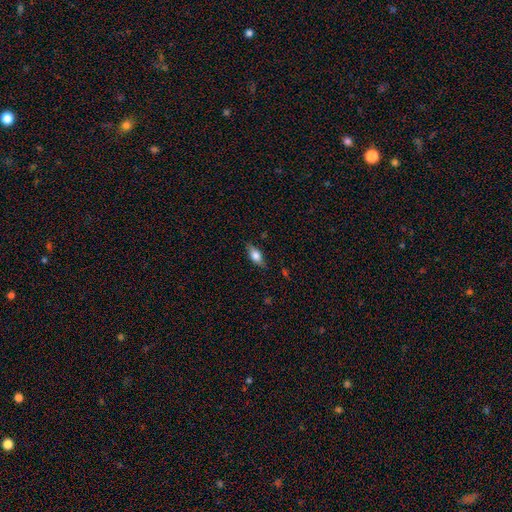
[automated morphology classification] This is likely a smooth galaxy (71%). How rounded: likely in between (79%). Merging: clearly none (80%).